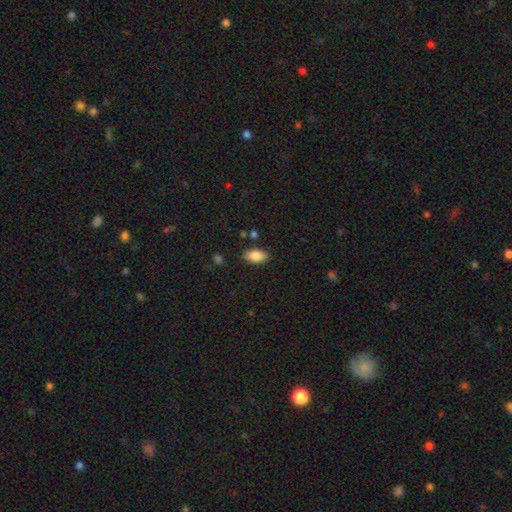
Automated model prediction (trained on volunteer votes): A smooth galaxy with no disk features (86%) that is in between round and cigar-shaped (93%). Merging: none (84%).